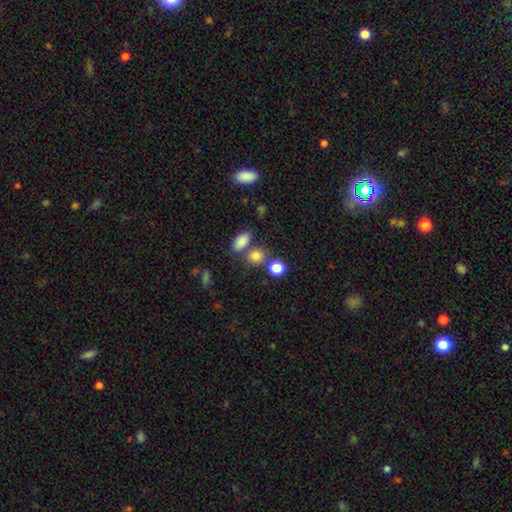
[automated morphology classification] smooth 80%, star or artifact 14%, featured or disk 6%. Down the decision tree: how rounded — round (63%); merging — none (63%).